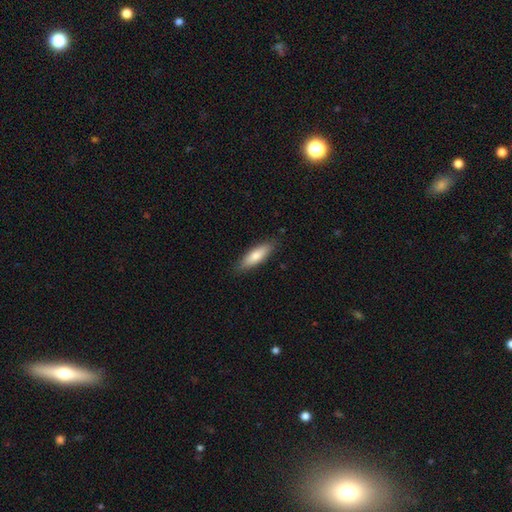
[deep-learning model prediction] The model was most divided on "how rounded": cigar-shaped: 53%, in between: 46%, round: 2%. More confident: merging — none (87%); smooth or featured — smooth (75%).